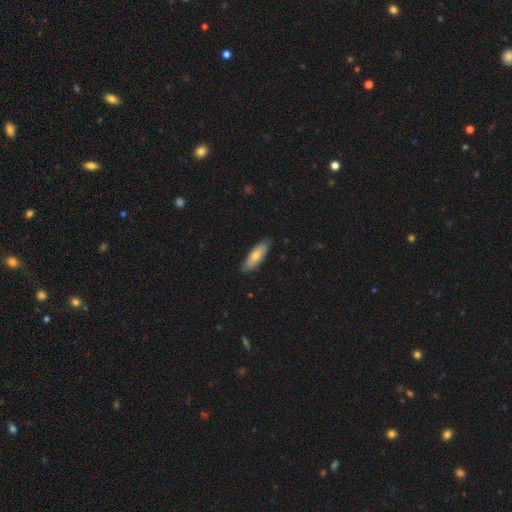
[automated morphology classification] Smooth or featured? Predicted: smooth (p=0.73). How rounded? Predicted: in between (p=0.60). Merging? Predicted: none (p=0.85).